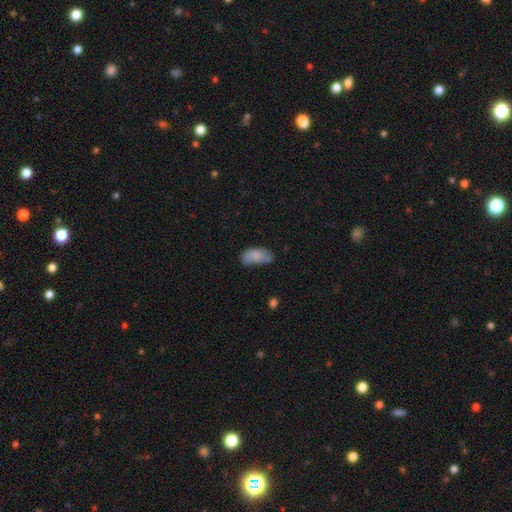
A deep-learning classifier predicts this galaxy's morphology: Smooth or featured: smooth — 76% (featured or disk — 17%)
How rounded: in between — 93% (cigar-shaped — 4%)
Merging: none — 49% (minor disturbance — 35%)